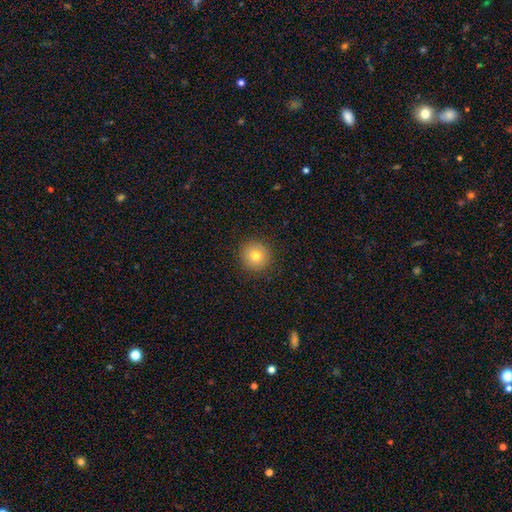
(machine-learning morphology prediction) Smooth or featured?
  - smooth: 77% *
  - featured or disk: 12%
  - star or artifact: 11%
How rounded?
  - round: 95% *
  - in between: 4%
  - cigar-shaped: 1%
Merging?
  - none: 90% *
  - minor disturbance: 6%
  - major disturbance: 2%
  - merger: 1%